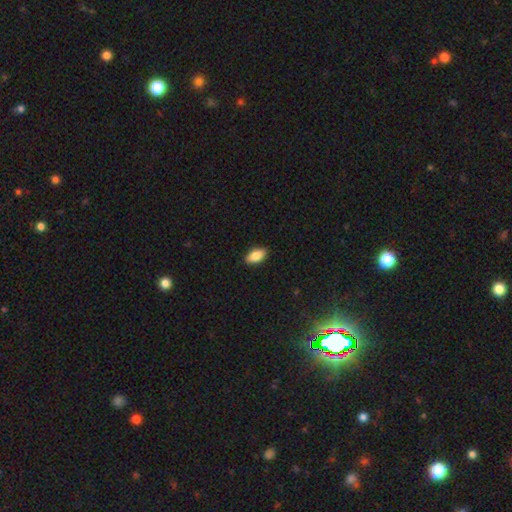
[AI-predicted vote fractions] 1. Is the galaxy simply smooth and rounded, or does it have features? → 86% smooth, 7% star or artifact, 7% featured or disk.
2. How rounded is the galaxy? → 92% in between, 5% cigar-shaped, 4% round.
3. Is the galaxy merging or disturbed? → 89% none, 8% minor disturbance, 2% major disturbance, 1% merger.